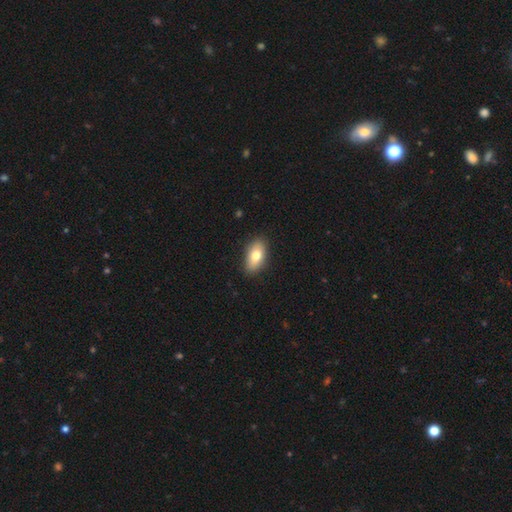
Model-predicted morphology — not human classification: This appears to be a smooth galaxy with no disk features (76%) that is in between round and cigar-shaped (90%). Merging: none (88%).